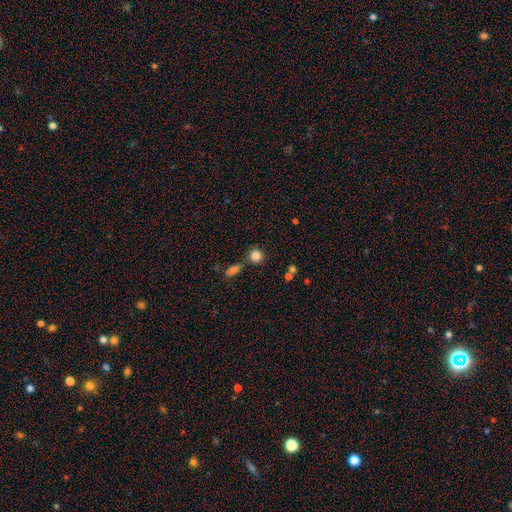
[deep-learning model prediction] Smooth or featured? smooth (84%)
How rounded? round (89%)
Merging? none (73%)